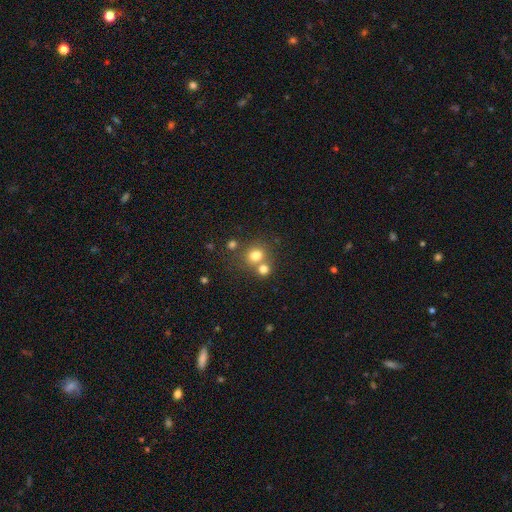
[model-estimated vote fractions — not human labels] smooth_or_featured: smooth (p=0.76) [alt: star or artifact p=0.14]
how_rounded: round (p=0.74) [alt: in between p=0.25]
merging: none (p=0.52) [alt: merger p=0.36]